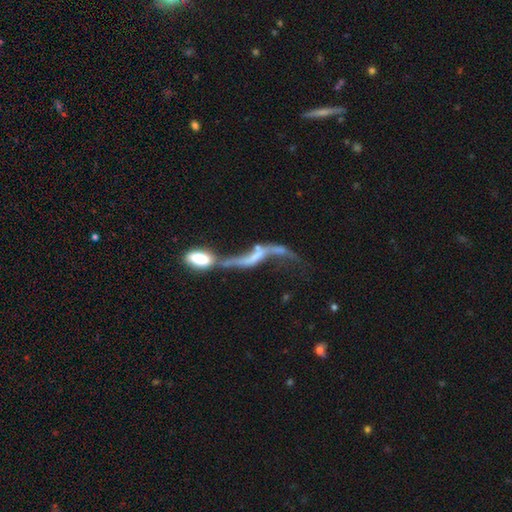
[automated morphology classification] This is likely a featured or disk galaxy (73%). It is clearly not viewed edge-on (84%). Bar: possibly no (54%). Spiral arm pattern: likely yes (66%). Central bulge: possibly none (56%). Merging: possibly merger (47%).